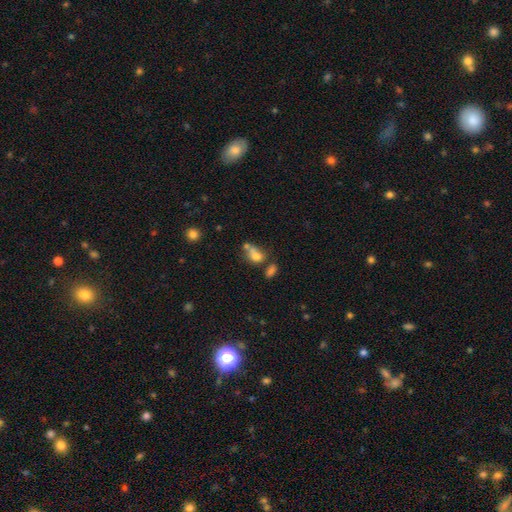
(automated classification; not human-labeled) smooth-or-featured: smooth: 71% | featured or disk: 17% | star or artifact: 12%
  how-rounded: in between: 56% | round: 41% | cigar-shaped: 2%
  merging: merger: 47% | none: 29% | minor disturbance: 14% | major disturbance: 10%